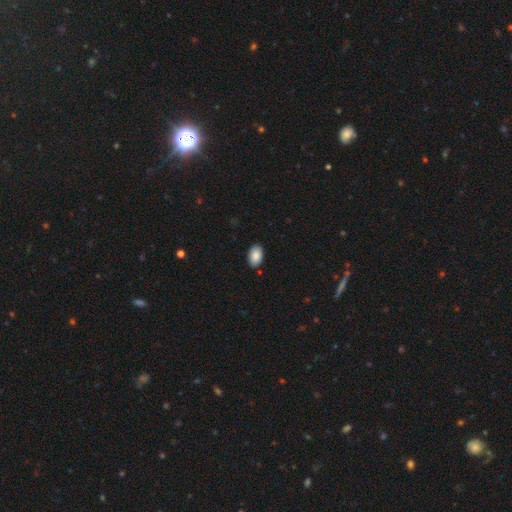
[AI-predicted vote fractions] smooth-or-featured: smooth: 88% | star or artifact: 7% | featured or disk: 6%
  how-rounded: in between: 92% | round: 7% | cigar-shaped: 1%
  merging: none: 87% | minor disturbance: 10% | major disturbance: 2% | merger: 2%